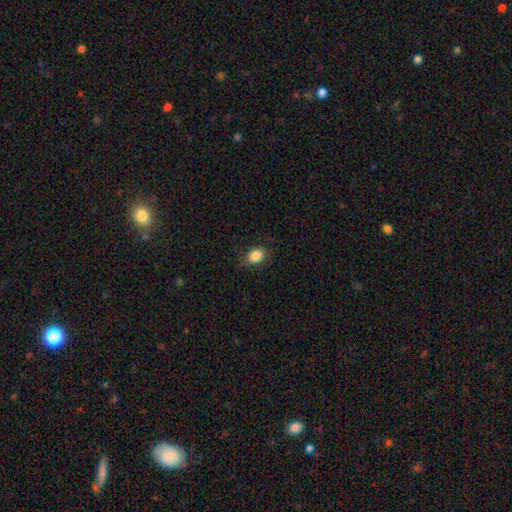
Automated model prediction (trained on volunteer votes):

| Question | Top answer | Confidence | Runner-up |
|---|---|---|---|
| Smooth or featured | smooth | 86% | star or artifact (9%) |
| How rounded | in between | 67% | round (32%) |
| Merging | none | 78% | minor disturbance (16%) |